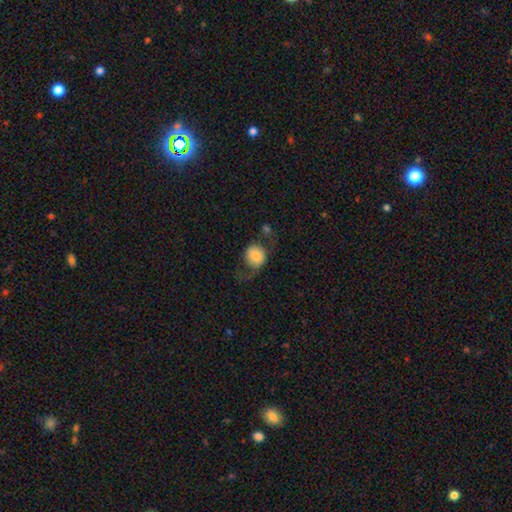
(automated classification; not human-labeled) smooth_or_featured: smooth (p=0.71) [alt: featured or disk p=0.21]
how_rounded: round (p=0.74) [alt: in between p=0.25]
merging: none (p=0.43) [alt: major disturbance p=0.29]